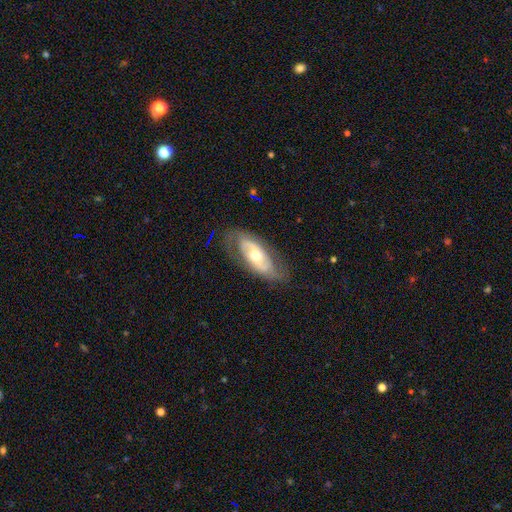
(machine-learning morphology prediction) featured or disk 67%, smooth 27%, star or artifact 6%. Down the decision tree: edge-on disk — no (87%); bar — no (69%); spiral arms — yes (60%); bulge size — moderate (67%); merging — none (71%).